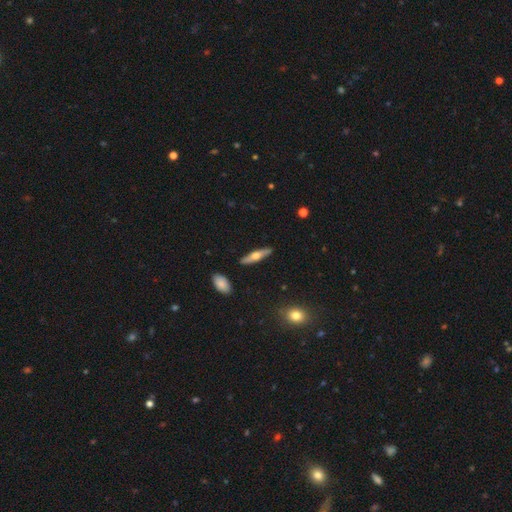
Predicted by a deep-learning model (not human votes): A featured or disk galaxy (51%) viewed edge-on (91%). Merging: none (88%).